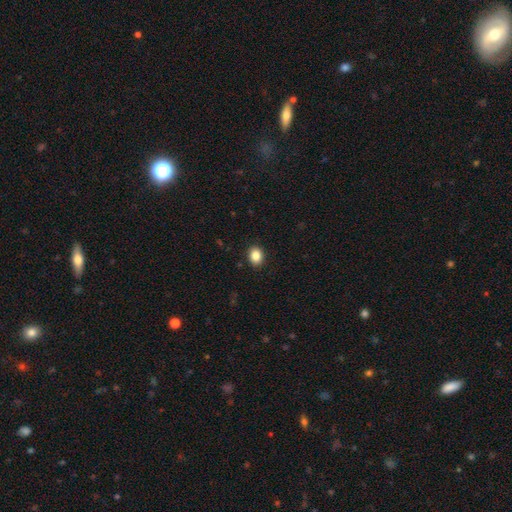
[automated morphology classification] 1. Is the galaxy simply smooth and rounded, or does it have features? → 86% smooth, 9% star or artifact, 4% featured or disk.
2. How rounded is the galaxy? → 52% in between, 47% round, 1% cigar-shaped.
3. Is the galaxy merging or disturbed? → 90% none, 7% minor disturbance, 2% major disturbance, 1% merger.